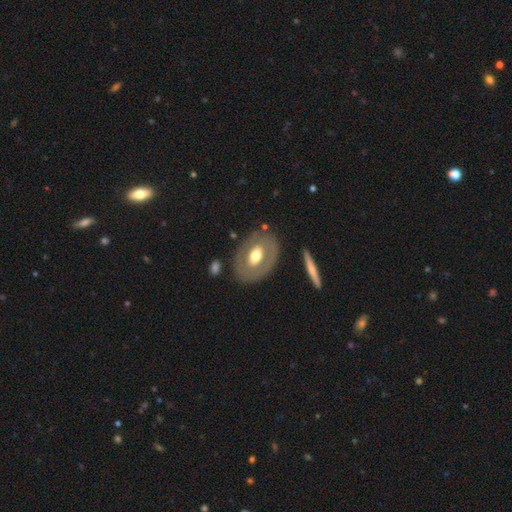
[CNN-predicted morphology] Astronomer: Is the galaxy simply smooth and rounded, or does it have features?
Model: featured or disk — 50% (runner-up: smooth, 44%).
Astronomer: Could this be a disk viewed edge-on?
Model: no — 89%.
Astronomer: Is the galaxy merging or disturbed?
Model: none — 78%.